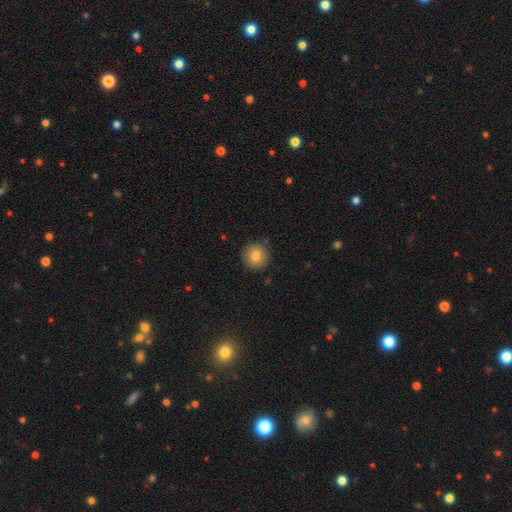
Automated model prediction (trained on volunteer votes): This appears to be a smooth galaxy with no disk features (81%) that is round (93%). Merging: none (88%).